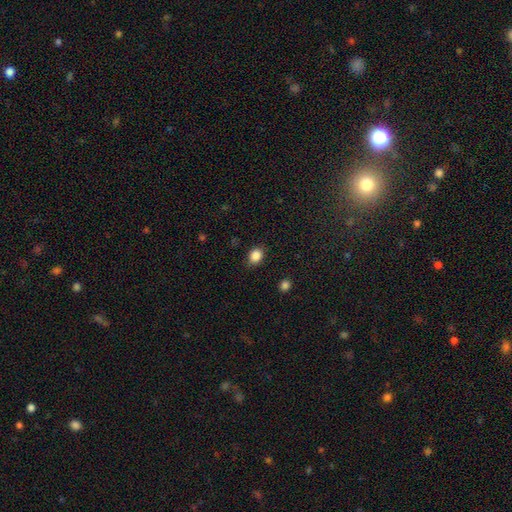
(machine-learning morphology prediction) A smooth galaxy with no disk features (85%) that is in between round and cigar-shaped (50%). Merging: none (83%).